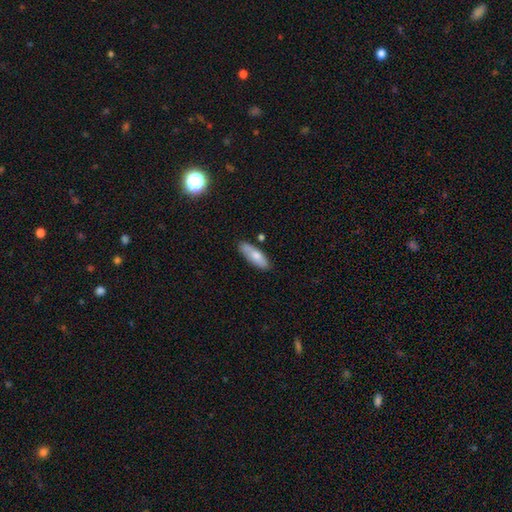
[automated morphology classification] type=smooth (75%); roundness=in between (58%); merging=none (77%).